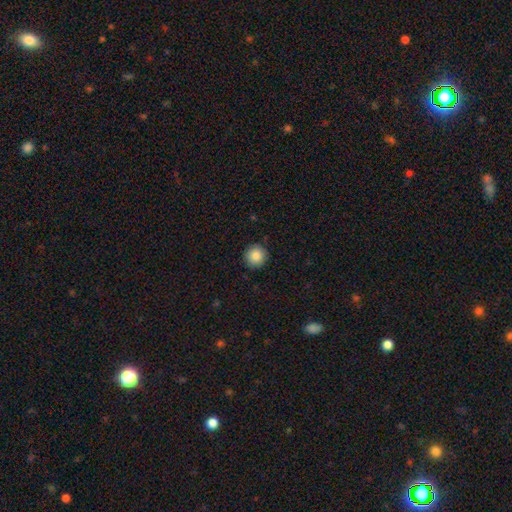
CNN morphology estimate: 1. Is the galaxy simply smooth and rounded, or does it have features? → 87% smooth, 9% star or artifact, 4% featured or disk.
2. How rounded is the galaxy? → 94% round, 5% in between, 1% cigar-shaped.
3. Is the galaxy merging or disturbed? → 91% none, 7% minor disturbance, 2% major disturbance, 1% merger.